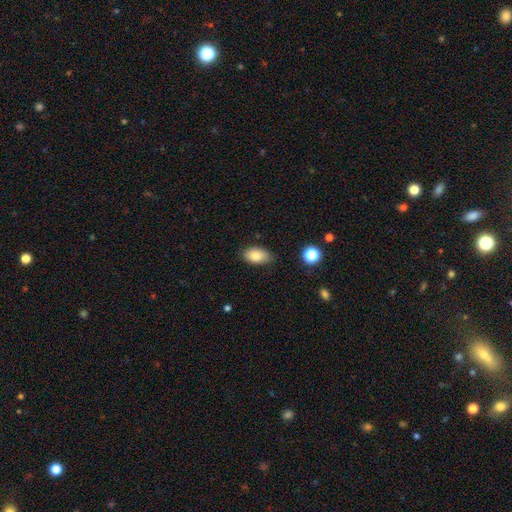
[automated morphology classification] The model was most divided on "merging": none: 77%, minor disturbance: 18%, major disturbance: 3%, merger: 2%. More confident: how rounded — in between (91%); smooth or featured — smooth (83%).